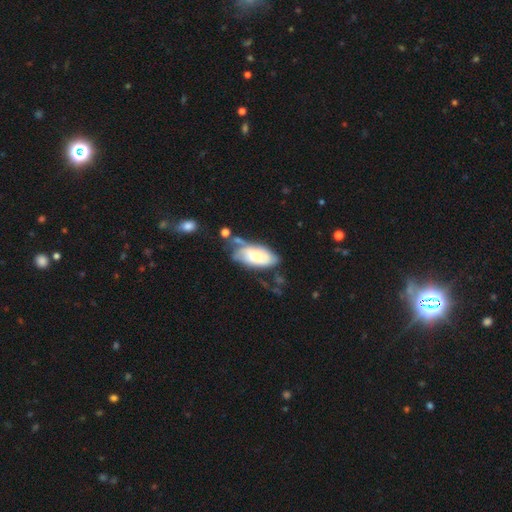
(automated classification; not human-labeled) Morphology: type=smooth (49%); merging=none (41%).